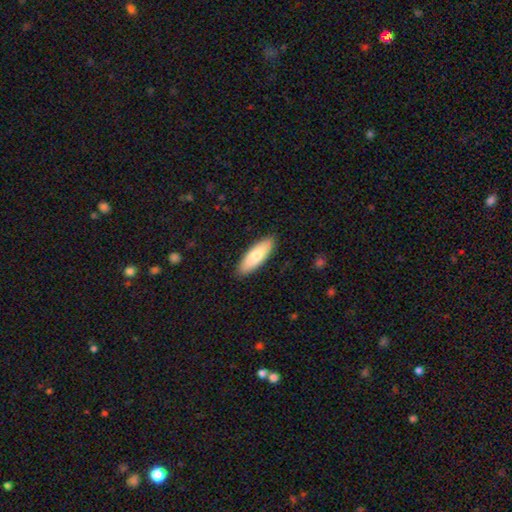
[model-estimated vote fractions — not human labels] Smooth or featured?
  - smooth: 78% *
  - featured or disk: 16%
  - star or artifact: 5%
How rounded?
  - in between: 60% *
  - cigar-shaped: 39%
  - round: 2%
Merging?
  - none: 89% *
  - minor disturbance: 8%
  - major disturbance: 2%
  - merger: 1%